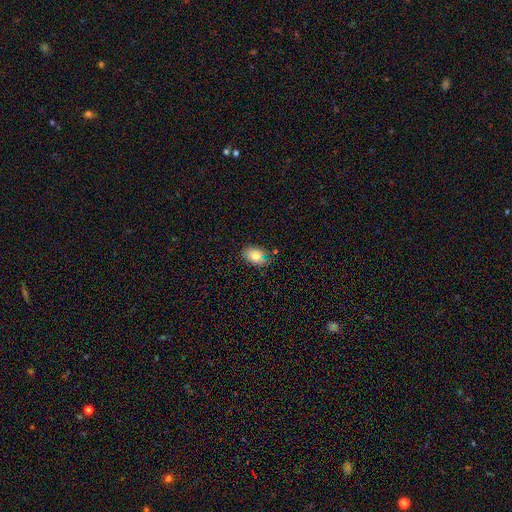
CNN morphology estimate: The model was most divided on "merging": none: 75%, minor disturbance: 19%, major disturbance: 3%, merger: 3%. More confident: how rounded — in between (79%); smooth or featured — smooth (79%).